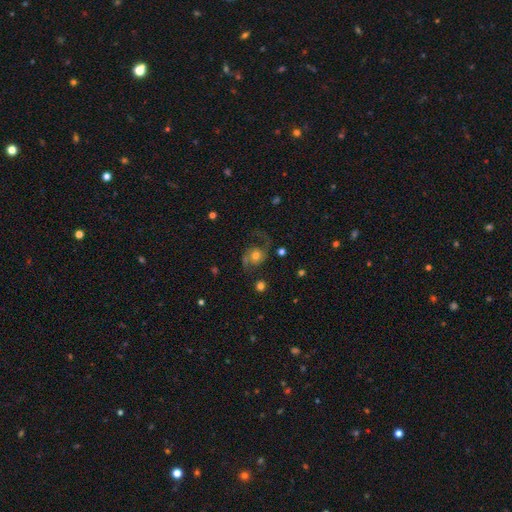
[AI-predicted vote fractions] Morphology: type=featured or disk (73%); edge-on=no (97%); bar=no (74%); spiral arms=yes (93%); winding=loose (54%); arm count=2 (87%); bulge=moderate (62%); merging=none (62%).